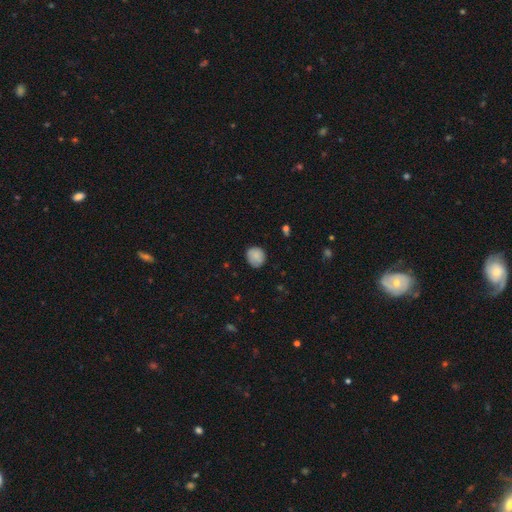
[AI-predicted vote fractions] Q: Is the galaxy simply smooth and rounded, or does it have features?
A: smooth — 85%.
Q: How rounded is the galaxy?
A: round — 81%.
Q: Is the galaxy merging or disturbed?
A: none — 77%.